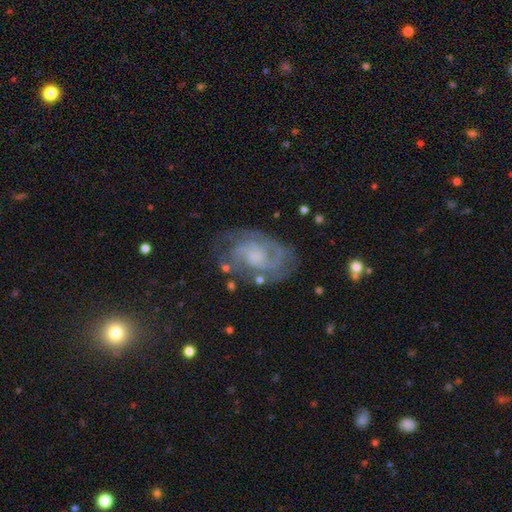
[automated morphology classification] Smooth or featured? Predicted: featured or disk (p=0.83). Edge-on disk? Predicted: no (p=0.97). Bar? Predicted: no (p=0.63). Spiral arms? Predicted: yes (p=0.94). Spiral winding? Predicted: tight (p=0.53). Spiral arm count? Predicted: 2 (p=0.47). Bulge size? Predicted: small (p=0.34). Merging? Predicted: none (p=0.70).